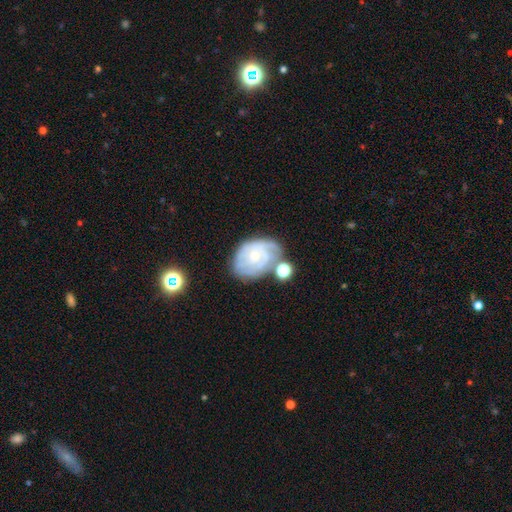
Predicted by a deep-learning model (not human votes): Q: Smooth or featured?
A: featured or disk (74%); runner-up: smooth (18%)
Q: Edge-on disk?
A: no (97%); runner-up: yes (3%)
Q: Bar?
A: no (78%); runner-up: weak (19%)
Q: Spiral arms?
A: yes (86%); runner-up: no (14%)
Q: Spiral winding?
A: tight (68%); runner-up: medium (24%)
Q: Spiral arm count?
A: can't tell (47%); runner-up: 3 (18%)
Q: Bulge size?
A: small (62%); runner-up: moderate (29%)
Q: Merging?
A: none (50%); runner-up: minor disturbance (25%)